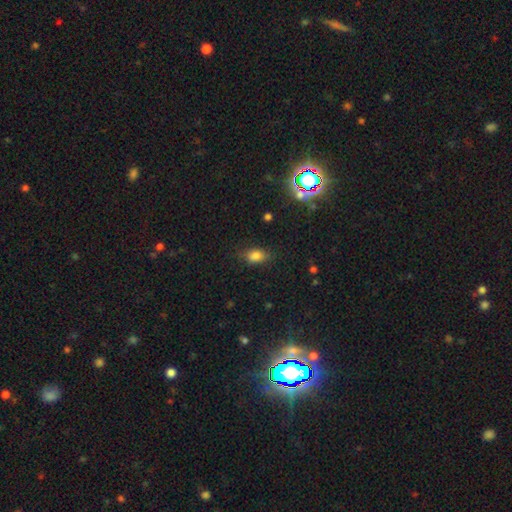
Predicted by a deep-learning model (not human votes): A smooth galaxy with no disk features (80%) that is in between round and cigar-shaped (81%).

Vote fractions:
- Smooth or featured? smooth: 80% / star or artifact: 13% / featured or disk: 7%
- How rounded? in between: 81% / round: 15% / cigar-shaped: 4%
- Merging? none: 73% / minor disturbance: 19% / major disturbance: 6% / merger: 2%